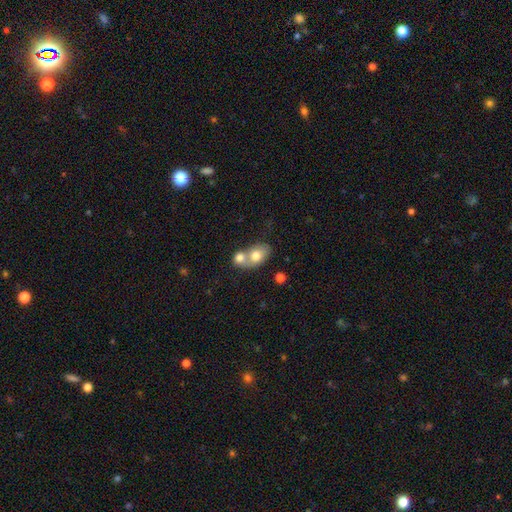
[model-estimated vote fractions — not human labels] This appears to be a smooth galaxy with no disk features (72%) that is in between round and cigar-shaped (71%). Merging: merger (67%).